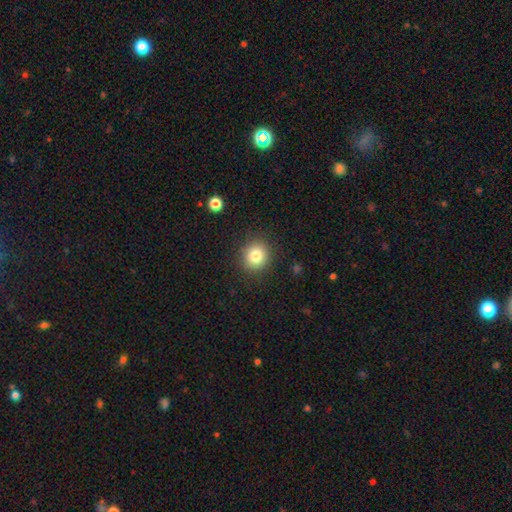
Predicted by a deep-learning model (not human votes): Overall: smooth (81%). How rounded: round (86%). Merging: none (89%).